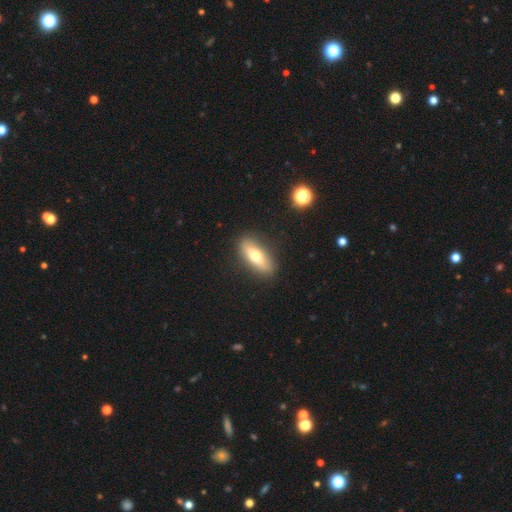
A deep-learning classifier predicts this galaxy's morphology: A smooth galaxy with no disk features (59%) that is in between round and cigar-shaped (59%). Merging: none (88%).